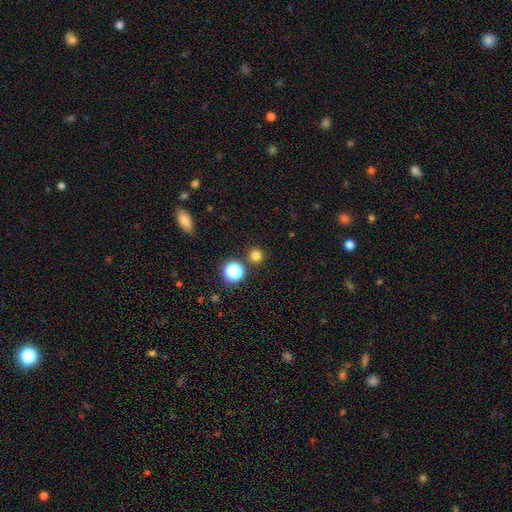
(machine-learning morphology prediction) Q: Smooth or featured?
A: smooth (77%); runner-up: star or artifact (18%)
Q: How rounded?
A: round (94%); runner-up: in between (5%)
Q: Merging?
A: none (87%); runner-up: minor disturbance (6%)